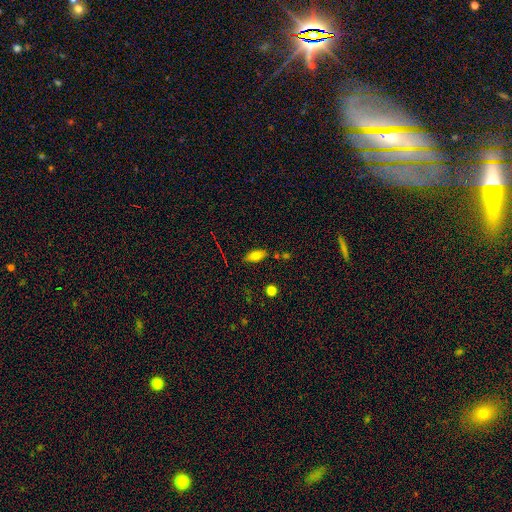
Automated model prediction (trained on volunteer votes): A smooth galaxy with no disk features (75%) that is in between round and cigar-shaped (85%).

Vote fractions:
- Smooth or featured? smooth: 75% / featured or disk: 15% / star or artifact: 10%
- How rounded? in between: 85% / cigar-shaped: 11% / round: 4%
- Merging? none: 78% / minor disturbance: 15% / merger: 5% / major disturbance: 3%